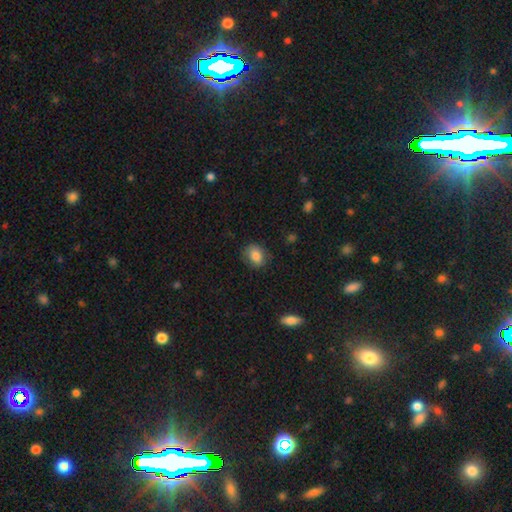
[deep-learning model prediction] The model was most divided on "how rounded": in between: 54%, round: 45%, cigar-shaped: 1%. More confident: smooth or featured — smooth (83%); merging — none (77%).